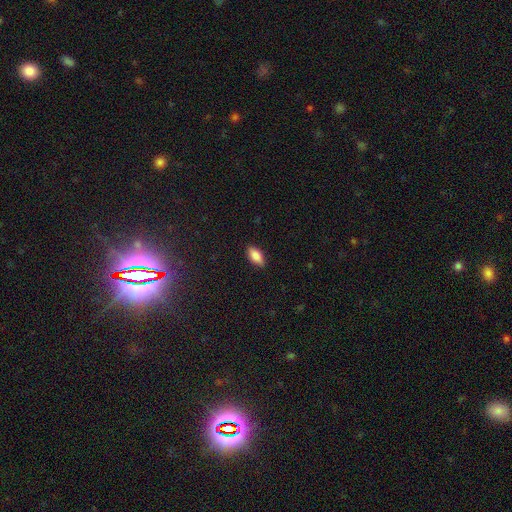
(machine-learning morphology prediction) smooth 86%, star or artifact 7%, featured or disk 7%. Down the decision tree: how rounded — in between (90%); merging — none (87%).